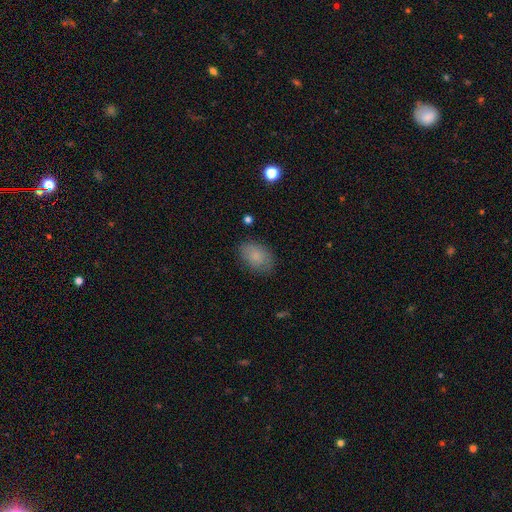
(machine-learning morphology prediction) Smooth or featured: smooth — 84% (featured or disk — 8%)
How rounded: in between — 84% (round — 15%)
Merging: none — 80% (minor disturbance — 15%)